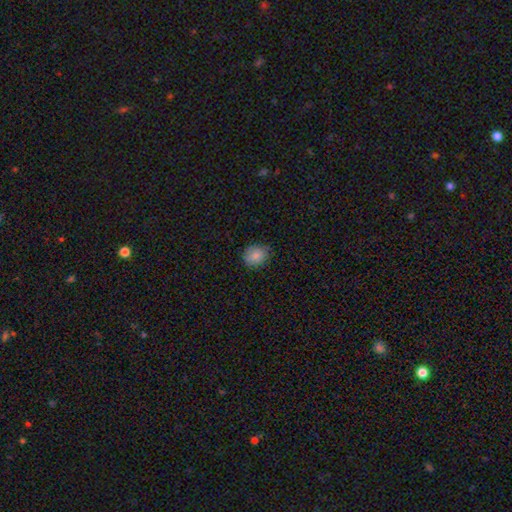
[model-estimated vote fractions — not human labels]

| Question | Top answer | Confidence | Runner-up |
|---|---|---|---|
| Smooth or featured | smooth | 84% | star or artifact (9%) |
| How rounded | round | 68% | in between (31%) |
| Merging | none | 79% | minor disturbance (18%) |